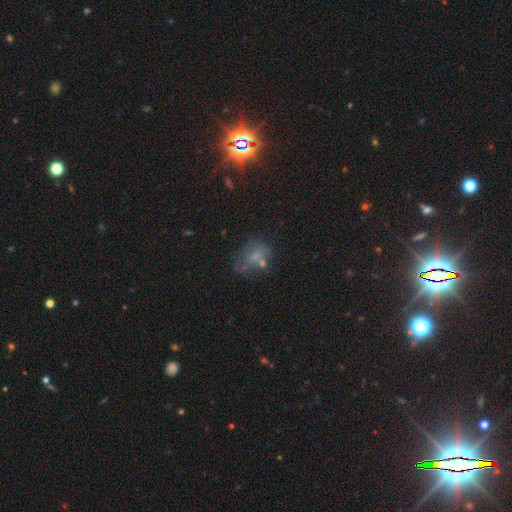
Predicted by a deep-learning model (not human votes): This appears to be a smooth galaxy with no disk features (54%) that is in between round and cigar-shaped (65%). Merging: none (44%).